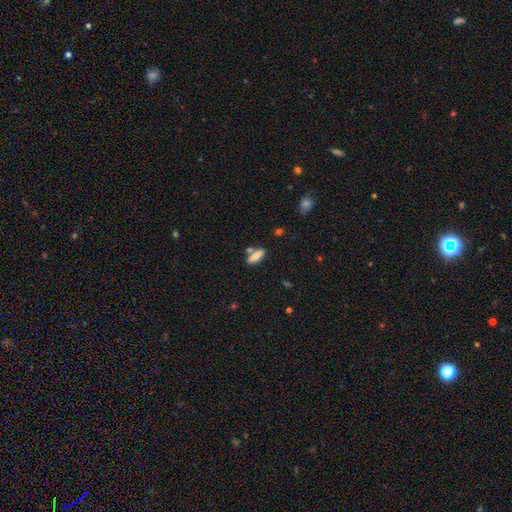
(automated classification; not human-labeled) Smooth or featured?
  - smooth: 79% *
  - featured or disk: 13%
  - star or artifact: 8%
How rounded?
  - in between: 54% *
  - cigar-shaped: 43%
  - round: 3%
Merging?
  - none: 66% *
  - merger: 18%
  - minor disturbance: 13%
  - major disturbance: 4%